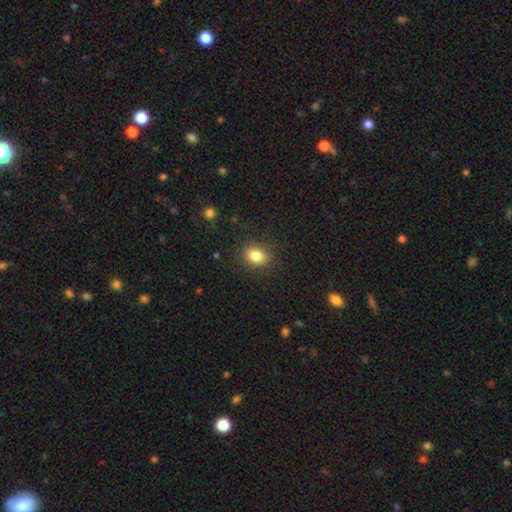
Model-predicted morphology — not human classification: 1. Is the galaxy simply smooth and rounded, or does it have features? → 84% smooth, 10% star or artifact, 7% featured or disk.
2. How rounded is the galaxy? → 59% in between, 40% round, 1% cigar-shaped.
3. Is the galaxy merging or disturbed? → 86% none, 10% minor disturbance, 3% major disturbance, 1% merger.